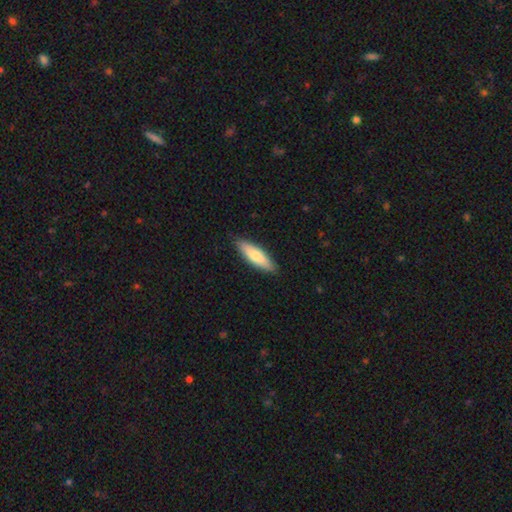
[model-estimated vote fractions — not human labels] Morphology: type=smooth (76%); roundness=cigar-shaped (59%); merging=none (87%).